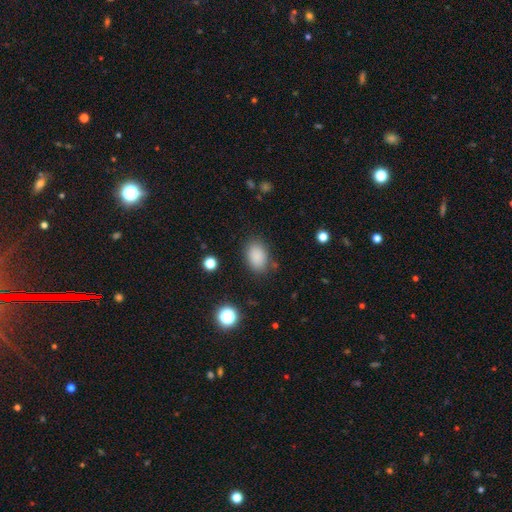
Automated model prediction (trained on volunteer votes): A smooth galaxy with no disk features (86%) that is in between round and cigar-shaped (85%). Merging: none (82%).